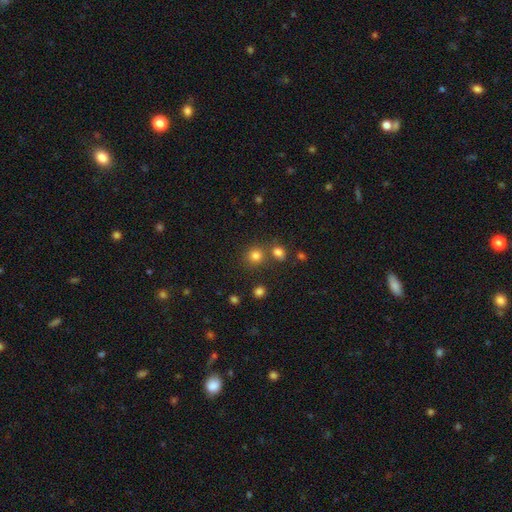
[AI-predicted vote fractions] Smooth or featured? smooth (79%)
How rounded? round (87%)
Merging? none (72%)